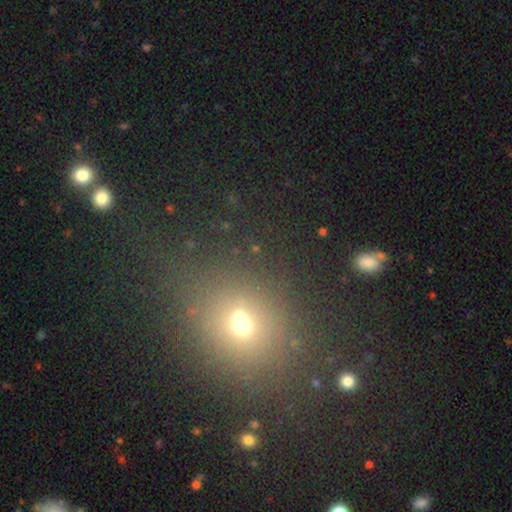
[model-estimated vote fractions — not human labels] Q: Smooth or featured?
A: smooth (52%); runner-up: star or artifact (38%)
Q: How rounded?
A: round (63%); runner-up: in between (35%)
Q: Merging?
A: none (81%); runner-up: minor disturbance (10%)